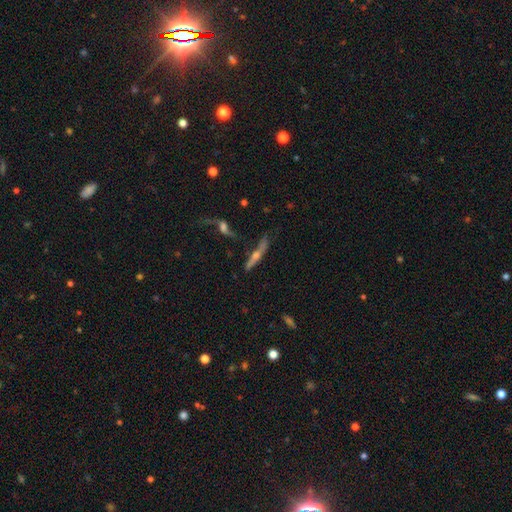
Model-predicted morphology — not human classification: The model was most divided on "merging": none: 63%, minor disturbance: 18%, merger: 10%, major disturbance: 8%. More confident: edge-on bulge — rounded (91%); edge-on disk — yes (91%); smooth or featured — featured or disk (72%).